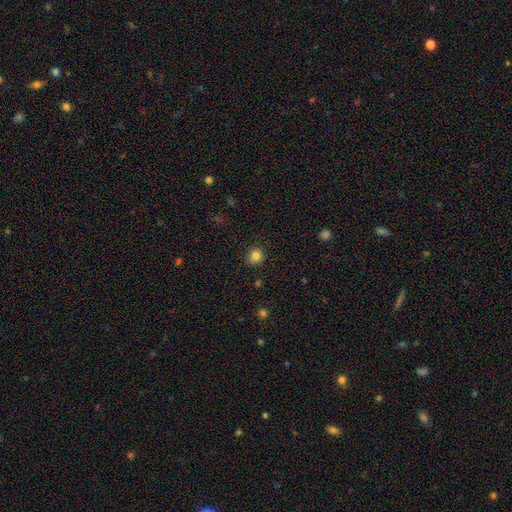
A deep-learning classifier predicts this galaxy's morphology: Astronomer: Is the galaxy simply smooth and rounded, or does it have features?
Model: smooth — 83%.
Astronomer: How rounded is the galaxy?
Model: round — 78%.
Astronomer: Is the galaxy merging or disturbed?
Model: none — 87%.